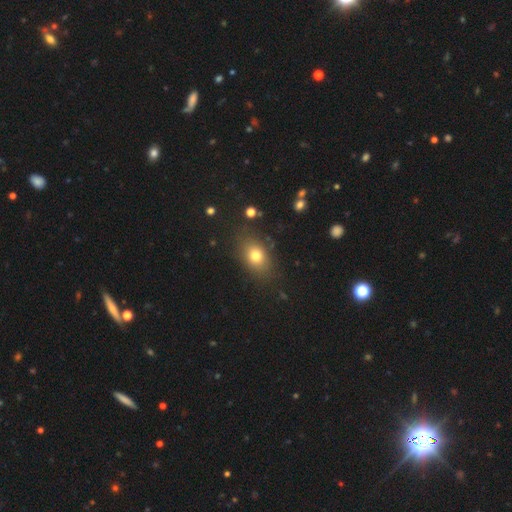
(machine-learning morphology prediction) Overall: smooth (77%). How rounded: in between (67%; round 31%). Merging: none (82%).